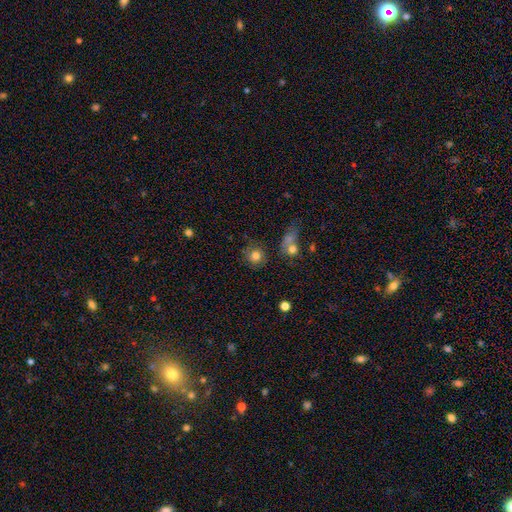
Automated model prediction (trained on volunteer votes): smooth_or_featured: smooth (p=0.79) [alt: star or artifact p=0.11]
how_rounded: round (p=0.89) [alt: in between p=0.10]
merging: none (p=0.74) [alt: minor disturbance p=0.13]